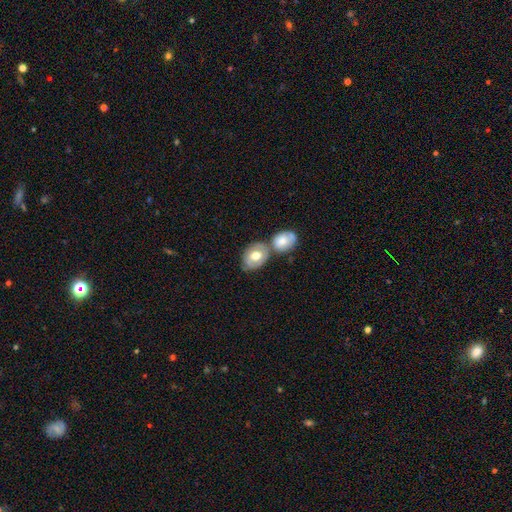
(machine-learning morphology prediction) A smooth galaxy with no disk features (57%) that is in between round and cigar-shaped (61%). Merging: merger (41%).